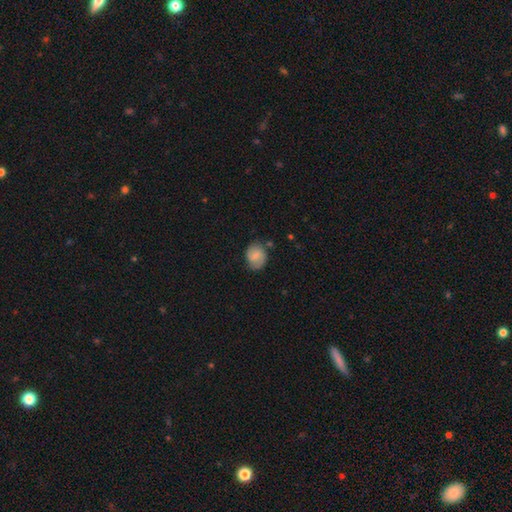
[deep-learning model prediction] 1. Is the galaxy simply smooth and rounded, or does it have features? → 57% smooth, 35% featured or disk, 8% star or artifact.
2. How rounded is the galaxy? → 56% round, 43% in between, 1% cigar-shaped.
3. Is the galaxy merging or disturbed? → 68% none, 22% minor disturbance, 6% major disturbance, 4% merger.